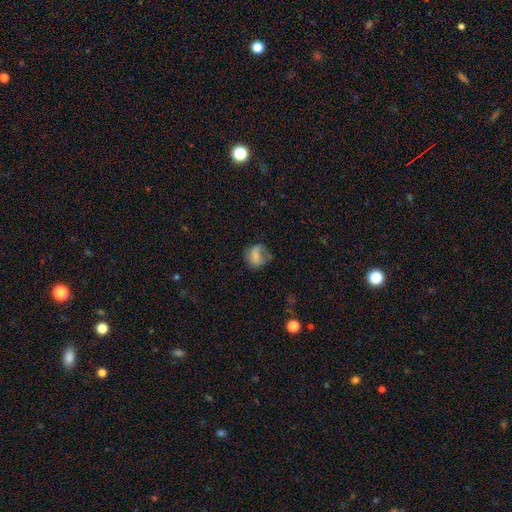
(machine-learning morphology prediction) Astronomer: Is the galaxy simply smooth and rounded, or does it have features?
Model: smooth — 64%.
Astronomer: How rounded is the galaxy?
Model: round — 56% (runner-up: in between, 43%).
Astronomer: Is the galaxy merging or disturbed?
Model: none — 44% (runner-up: minor disturbance, 30%).